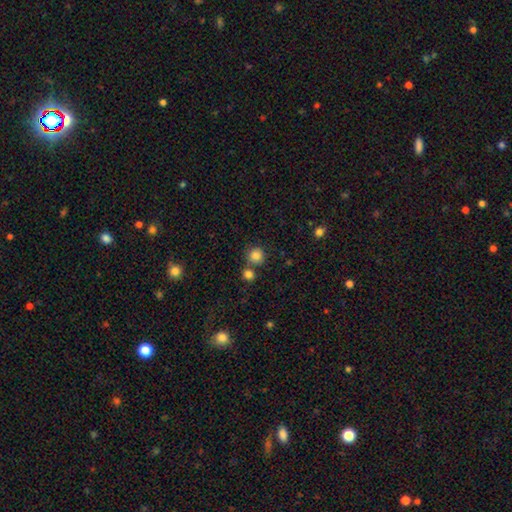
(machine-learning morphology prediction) Smooth or featured: smooth — 84% (star or artifact — 11%)
How rounded: round — 92% (in between — 7%)
Merging: none — 70% (merger — 19%)